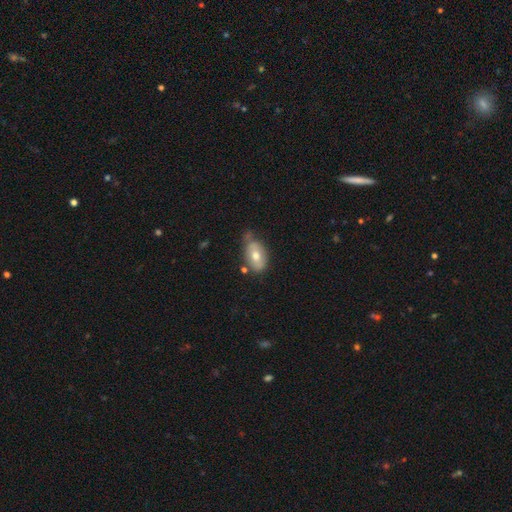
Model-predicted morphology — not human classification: smooth_or_featured: smooth (p=0.61) [alt: featured or disk p=0.31]
how_rounded: in between (p=0.89) [alt: round p=0.08]
merging: none (p=0.50) [alt: minor disturbance p=0.33]